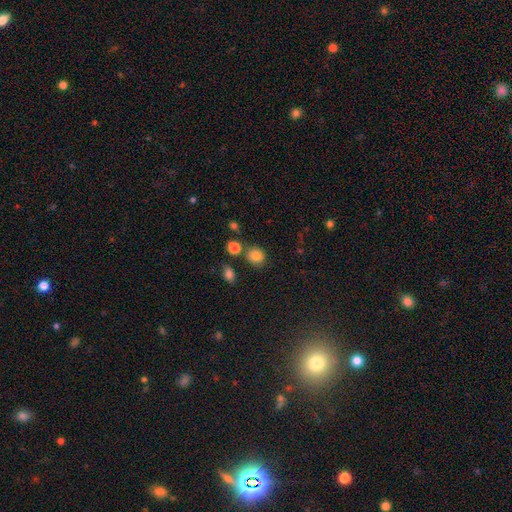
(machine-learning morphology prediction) The model was most divided on "how rounded": round: 76%, in between: 23%, cigar-shaped: 1%. More confident: smooth or featured — smooth (83%); merging — none (75%).